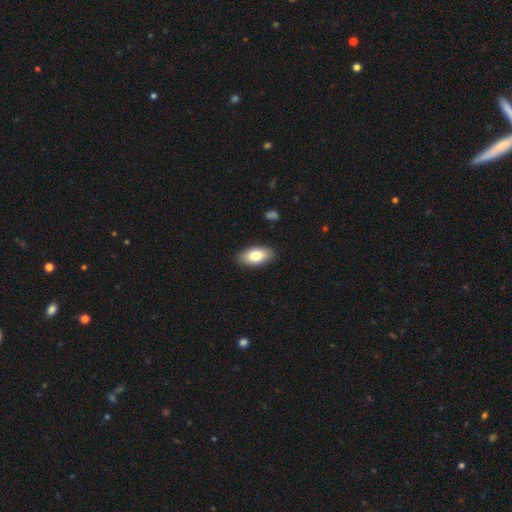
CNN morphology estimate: Smooth or featured? Predicted: smooth (p=0.81). How rounded? Predicted: in between (p=0.94). Merging? Predicted: none (p=0.89).